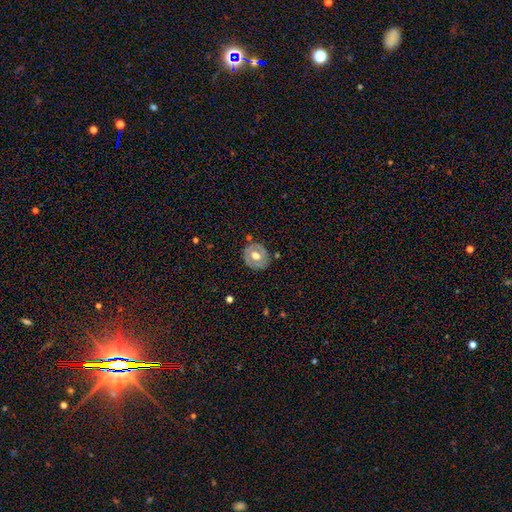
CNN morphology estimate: Overall: featured or disk (50%; smooth 43%). Edge-on disk: no (94%). Merging: none (78%).